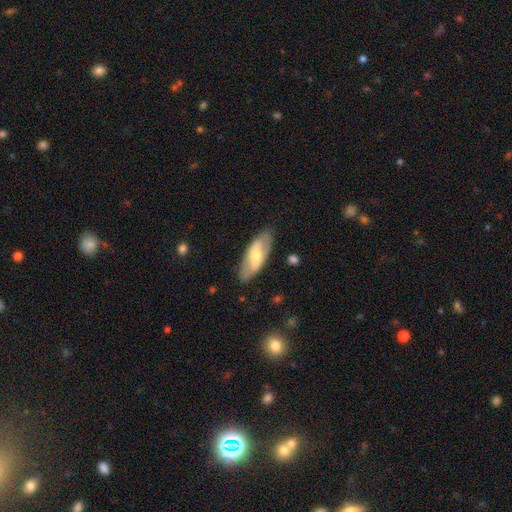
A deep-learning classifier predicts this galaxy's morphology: This is possibly a smooth galaxy (48%). Merging: clearly none (82%).